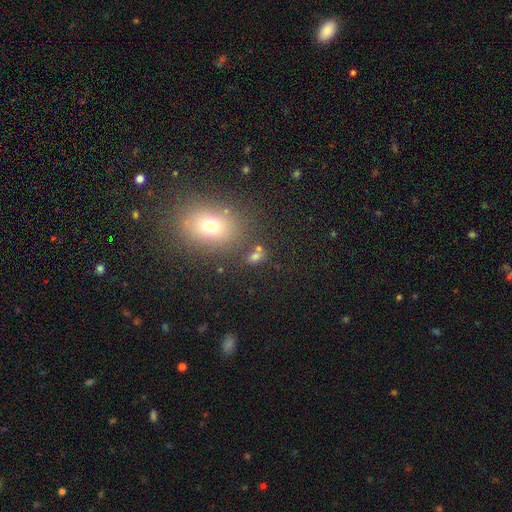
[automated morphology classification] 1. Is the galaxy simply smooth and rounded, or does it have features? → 62% smooth, 26% star or artifact, 12% featured or disk.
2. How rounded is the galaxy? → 52% in between, 44% round, 4% cigar-shaped.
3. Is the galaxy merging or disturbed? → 69% none, 14% merger, 11% minor disturbance, 6% major disturbance.